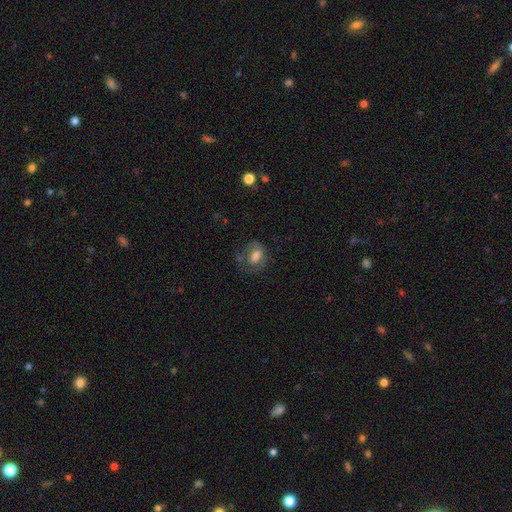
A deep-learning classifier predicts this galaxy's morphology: This appears to be a smooth galaxy with no disk features (60%) that is in between round and cigar-shaped (72%). Merging: none (48%).